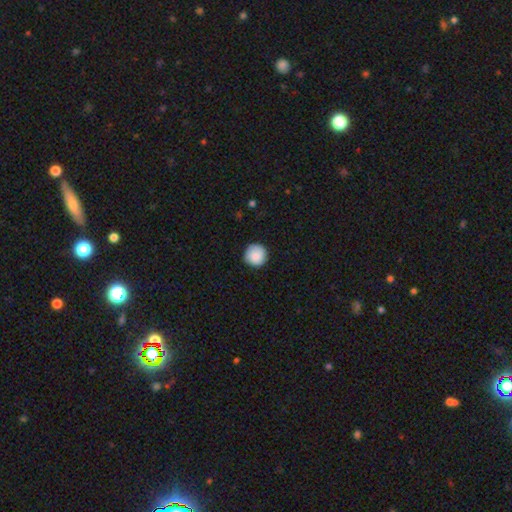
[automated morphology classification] smooth 88%, star or artifact 7%, featured or disk 5%. Down the decision tree: how rounded — round (96%); merging — none (87%).